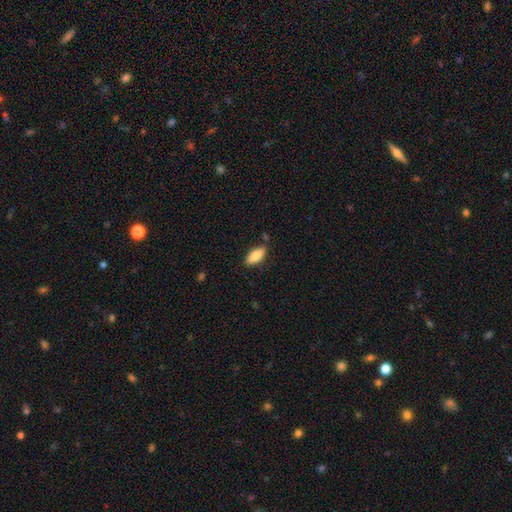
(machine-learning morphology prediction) smooth_or_featured: smooth (p=0.86) [alt: featured or disk p=0.08]
how_rounded: in between (p=0.78) [alt: cigar-shaped p=0.20]
merging: none (p=0.81) [alt: minor disturbance p=0.13]